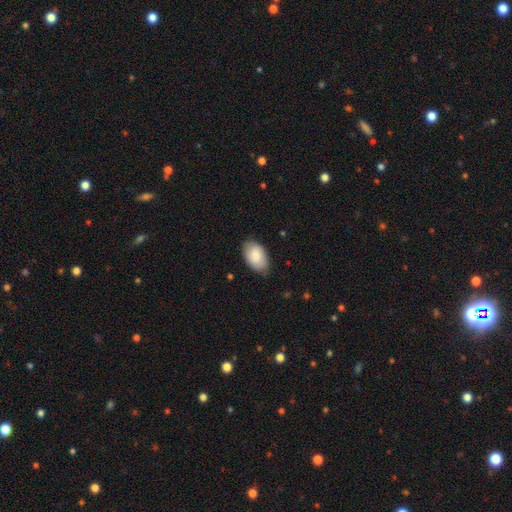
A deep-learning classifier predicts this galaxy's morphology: The model was most divided on "merging": none: 80%, minor disturbance: 17%, major disturbance: 3%, merger: 1%. More confident: how rounded — in between (93%); smooth or featured — smooth (83%).